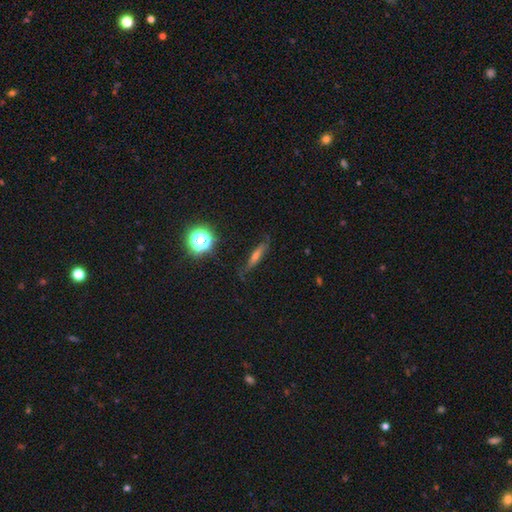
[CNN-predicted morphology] Q: Smooth or featured?
A: smooth (43%); runner-up: featured or disk (41%)
Q: Merging?
A: none (78%); runner-up: minor disturbance (16%)